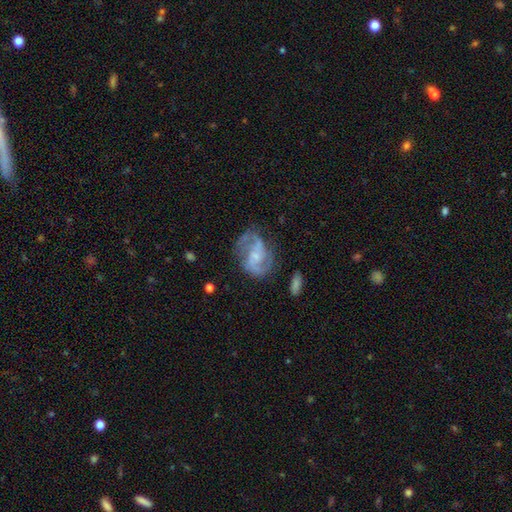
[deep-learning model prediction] Morphology: type=featured or disk (86%); edge-on=no (98%); bar=no (46%); spiral arms=yes (95%); winding=medium (55%); arm count=2 (80%); bulge=small (54%); merging=none (66%).